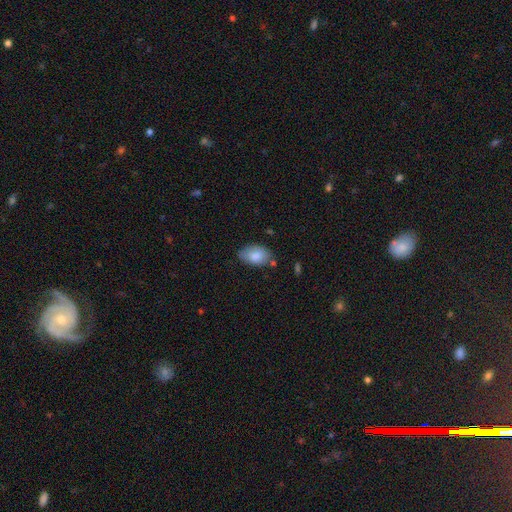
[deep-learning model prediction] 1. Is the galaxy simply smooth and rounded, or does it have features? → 83% smooth, 10% featured or disk, 7% star or artifact.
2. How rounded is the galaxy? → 90% in between, 9% round, 1% cigar-shaped.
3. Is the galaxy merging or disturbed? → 65% none, 25% minor disturbance, 5% merger, 5% major disturbance.